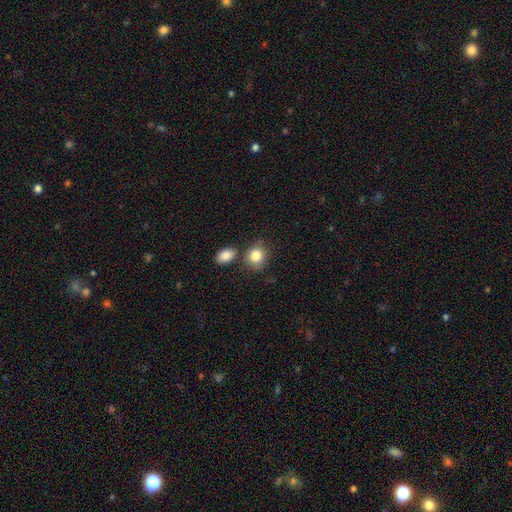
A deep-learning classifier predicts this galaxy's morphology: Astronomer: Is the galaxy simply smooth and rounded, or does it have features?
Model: smooth — 84%.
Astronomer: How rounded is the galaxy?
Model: round — 67%.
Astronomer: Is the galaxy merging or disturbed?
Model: none — 68%.